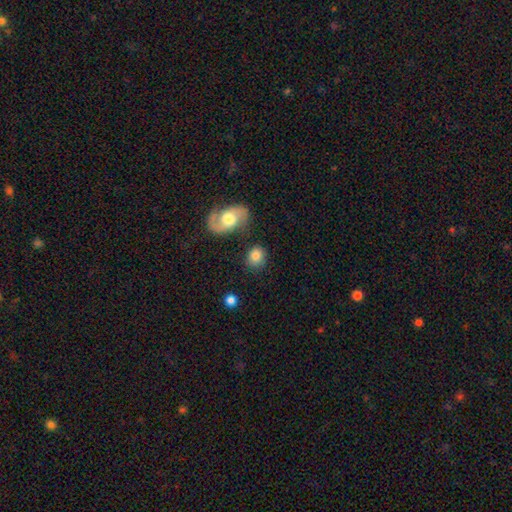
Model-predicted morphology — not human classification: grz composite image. It shows a smooth galaxy with no disk features (78%) that is round (67%). Merging: none (78%).